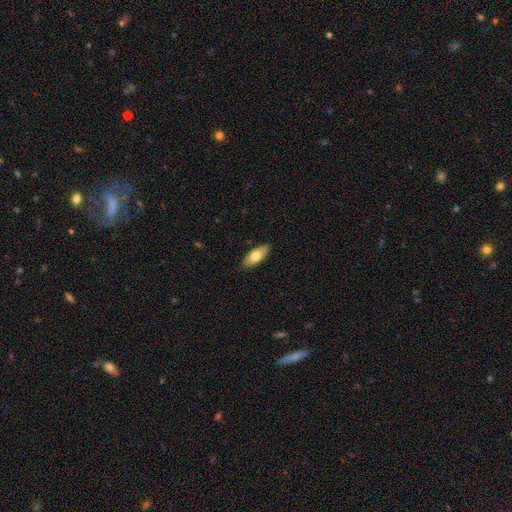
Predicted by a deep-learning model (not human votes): The model was most divided on "smooth or featured": smooth: 73%, featured or disk: 21%, star or artifact: 6%. More confident: merging — none (85%); how rounded — in between (81%).